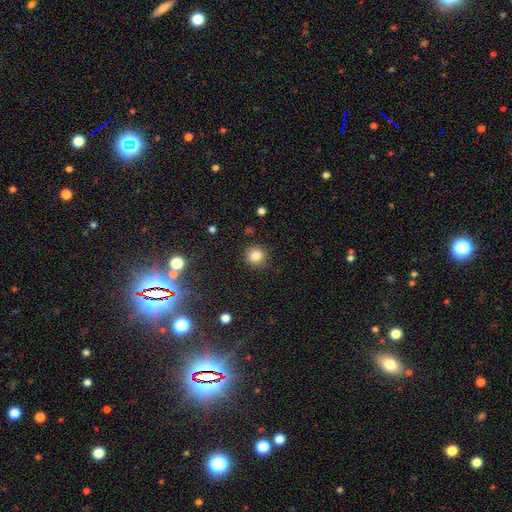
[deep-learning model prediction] Overall: smooth (84%). How rounded: round (90%). Merging: none (90%).